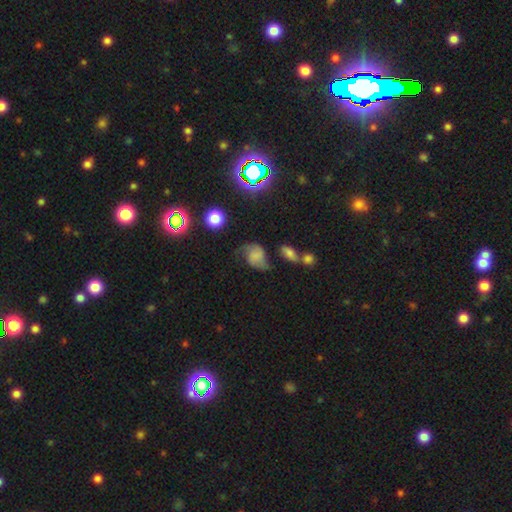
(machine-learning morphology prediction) This is marginally a featured or disk galaxy (45%). Merging: possibly none (47%).